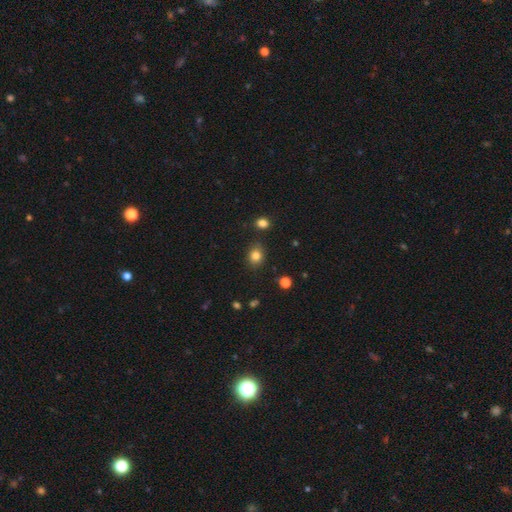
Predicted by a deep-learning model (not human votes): smooth-or-featured: smooth: 82% | star or artifact: 12% | featured or disk: 6%
  how-rounded: round: 60% | in between: 39% | cigar-shaped: 1%
  merging: none: 83% | minor disturbance: 11% | merger: 3% | major disturbance: 3%